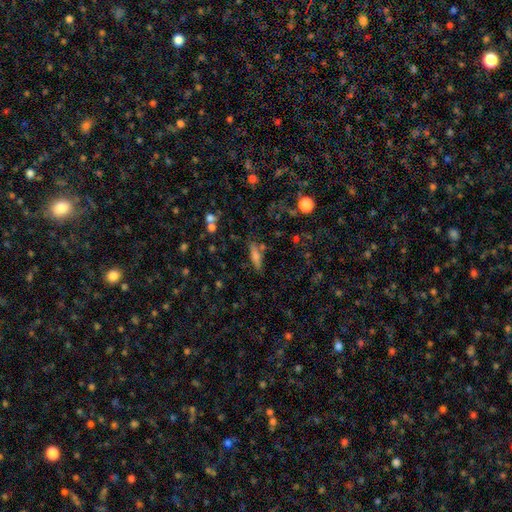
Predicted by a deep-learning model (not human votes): Overall: smooth (65%). How rounded: cigar-shaped (64%; in between 32%). Merging: none (73%).